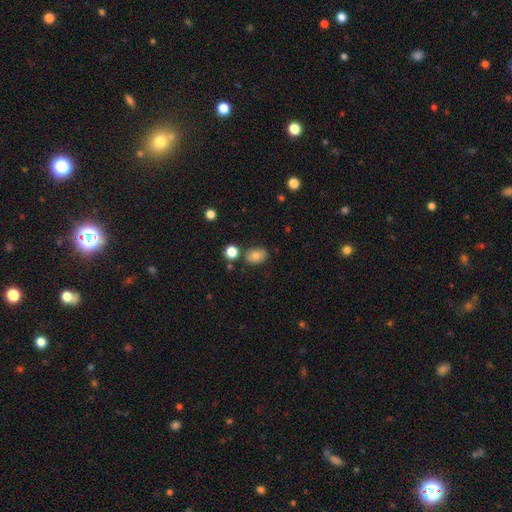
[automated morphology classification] The model was most divided on "how rounded": in between: 70%, round: 29%, cigar-shaped: 1%. More confident: smooth or featured — smooth (79%); merging — none (77%).